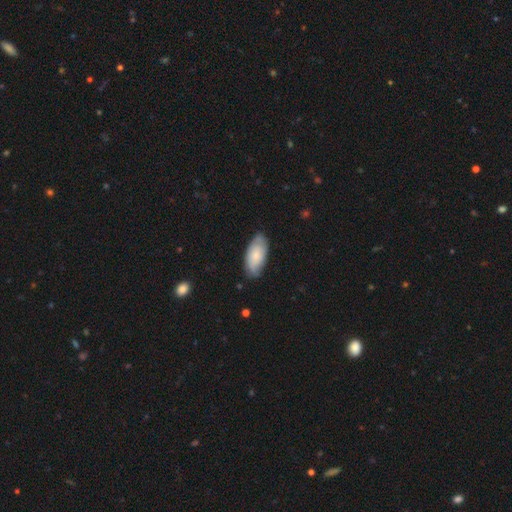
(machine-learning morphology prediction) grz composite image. It shows a smooth galaxy with no disk features (71%) that is in between round and cigar-shaped (92%). Merging: none (76%).